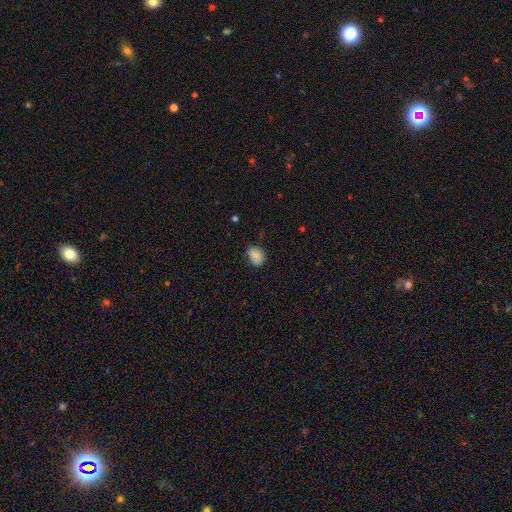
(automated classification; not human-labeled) Q: Smooth or featured?
A: smooth (83%); runner-up: star or artifact (9%)
Q: How rounded?
A: in between (68%); runner-up: round (31%)
Q: Merging?
A: none (61%); runner-up: minor disturbance (29%)